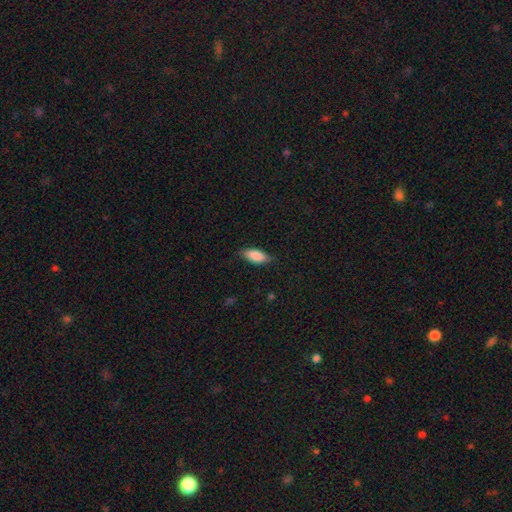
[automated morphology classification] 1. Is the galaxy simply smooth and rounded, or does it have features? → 85% smooth, 8% featured or disk, 6% star or artifact.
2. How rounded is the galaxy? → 83% in between, 15% cigar-shaped, 2% round.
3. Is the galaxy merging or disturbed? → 78% none, 18% minor disturbance, 3% major disturbance, 1% merger.